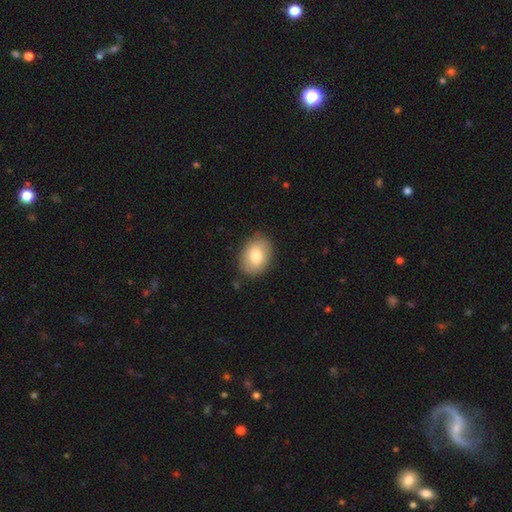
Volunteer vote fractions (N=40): A smooth galaxy with no disk features (80%) that is in between round and cigar-shaped (62%). Merging: none (86%).